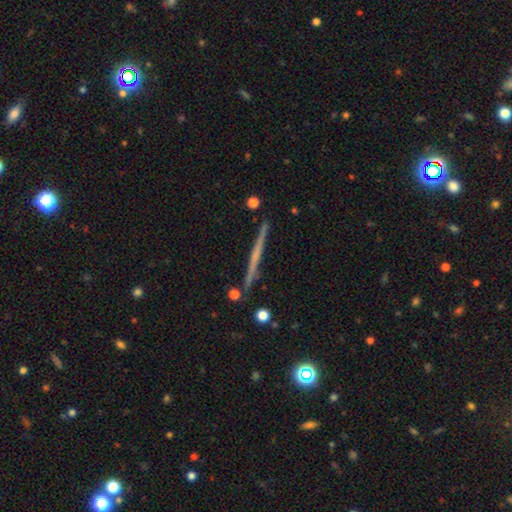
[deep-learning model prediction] Overall: featured or disk (66%; smooth 28%). Edge-on disk: yes (98%). Edge-on bulge: none (75%). Merging: none (91%).